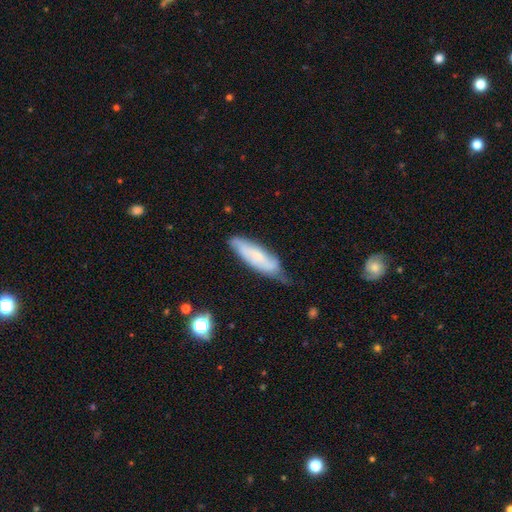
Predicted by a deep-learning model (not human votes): A smooth galaxy with no disk features (50%) that is cigar-shaped (57%). Merging: none (57%).